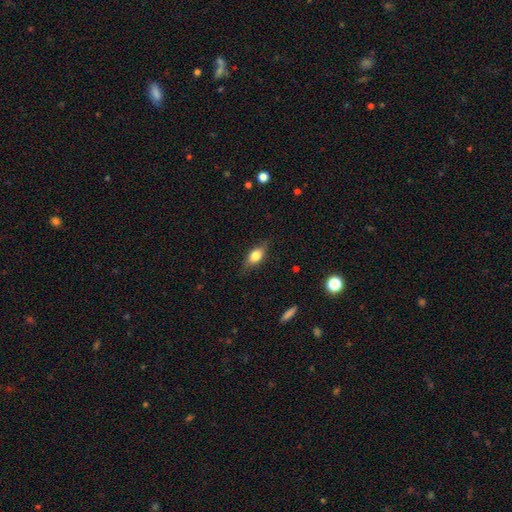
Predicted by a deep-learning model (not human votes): Q: Smooth or featured?
A: smooth (72%); runner-up: featured or disk (20%)
Q: How rounded?
A: in between (78%); runner-up: cigar-shaped (12%)
Q: Merging?
A: none (77%); runner-up: minor disturbance (18%)